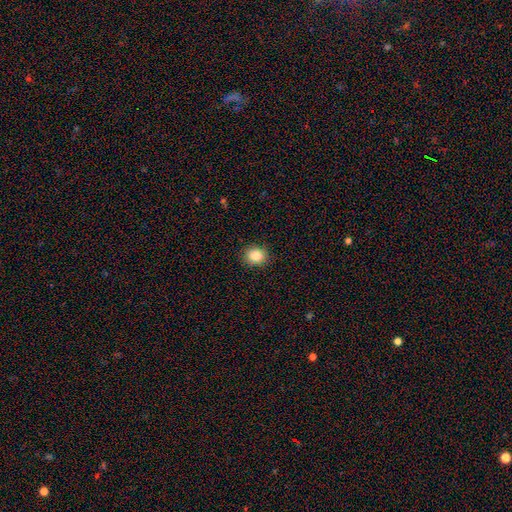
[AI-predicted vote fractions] A smooth galaxy with no disk features (84%) that is round (73%).

Vote fractions:
- Smooth or featured? smooth: 84% / star or artifact: 10% / featured or disk: 6%
- How rounded? round: 73% / in between: 26% / cigar-shaped: 1%
- Merging? none: 90% / minor disturbance: 7% / major disturbance: 2% / merger: 1%